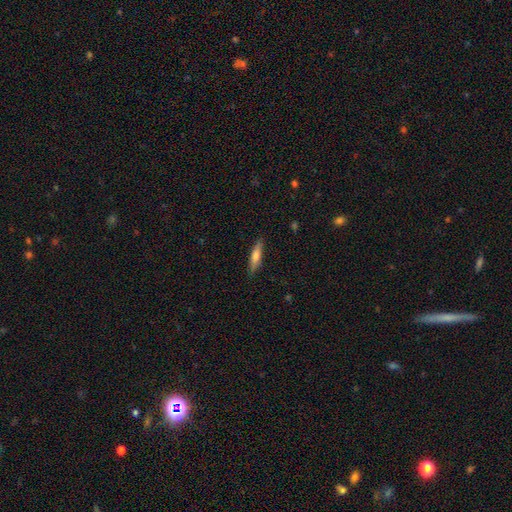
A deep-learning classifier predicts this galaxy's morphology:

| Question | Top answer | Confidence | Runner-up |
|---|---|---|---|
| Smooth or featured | smooth | 62% | featured or disk (32%) |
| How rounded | cigar-shaped | 79% | in between (19%) |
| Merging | none | 86% | minor disturbance (11%) |